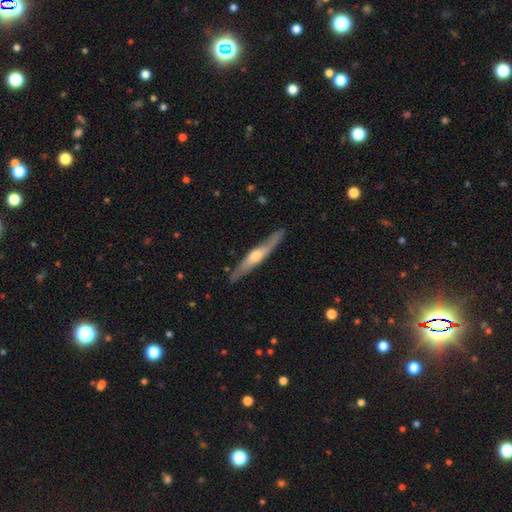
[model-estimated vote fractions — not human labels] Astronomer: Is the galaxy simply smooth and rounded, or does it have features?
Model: featured or disk — 66%.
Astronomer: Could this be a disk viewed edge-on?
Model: yes — 93%.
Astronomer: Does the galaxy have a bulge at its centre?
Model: rounded — 84%.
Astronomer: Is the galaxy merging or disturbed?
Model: none — 86%.